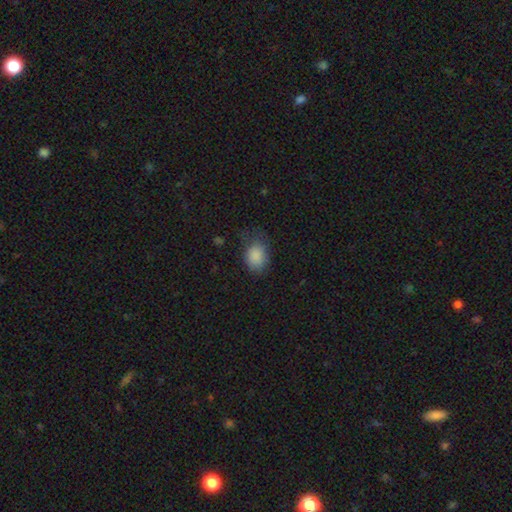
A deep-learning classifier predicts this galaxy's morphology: Q: Smooth or featured?
A: smooth (86%); runner-up: star or artifact (9%)
Q: How rounded?
A: in between (63%); runner-up: round (36%)
Q: Merging?
A: none (53%); runner-up: minor disturbance (31%)